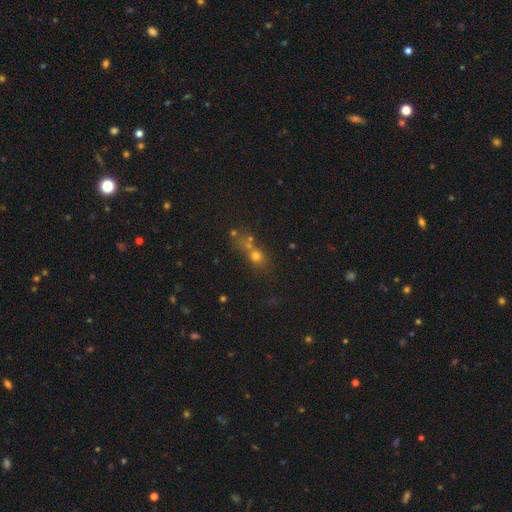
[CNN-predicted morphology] Smooth or featured? smooth (57%)
How rounded? round (71%)
Merging? merger (43%)